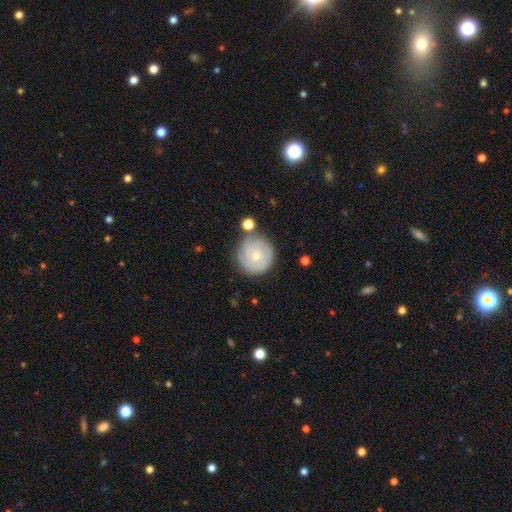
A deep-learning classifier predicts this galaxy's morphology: Q: Smooth or featured?
A: featured or disk (61%); runner-up: smooth (33%)
Q: Edge-on disk?
A: no (98%); runner-up: yes (2%)
Q: Bar?
A: no (76%); runner-up: weak (21%)
Q: Spiral arms?
A: yes (87%); runner-up: no (13%)
Q: Spiral winding?
A: tight (75%); runner-up: medium (19%)
Q: Spiral arm count?
A: can't tell (34%); runner-up: 2 (29%)
Q: Bulge size?
A: small (56%); runner-up: moderate (39%)
Q: Merging?
A: none (74%); runner-up: minor disturbance (16%)